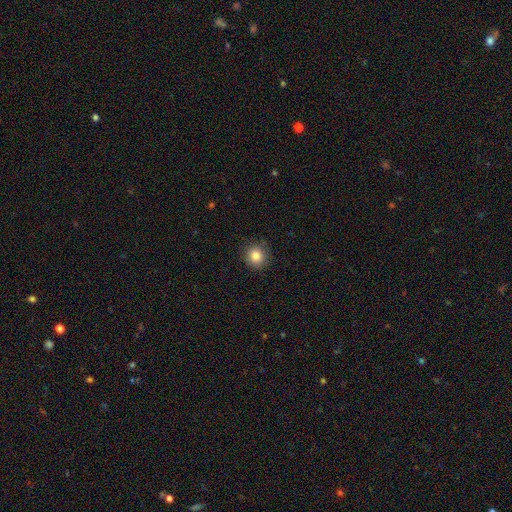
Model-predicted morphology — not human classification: This is clearly a smooth galaxy (84%). How rounded: clearly round (90%). Merging: clearly none (89%).